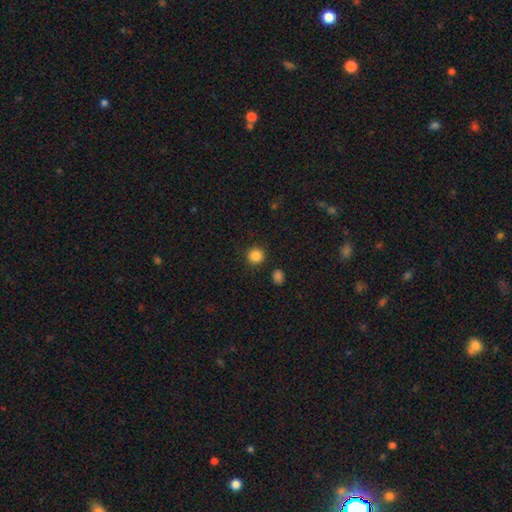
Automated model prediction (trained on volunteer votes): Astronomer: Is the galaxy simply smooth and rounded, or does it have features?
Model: smooth — 86%.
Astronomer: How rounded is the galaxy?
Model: round — 94%.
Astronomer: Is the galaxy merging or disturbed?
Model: none — 90%.